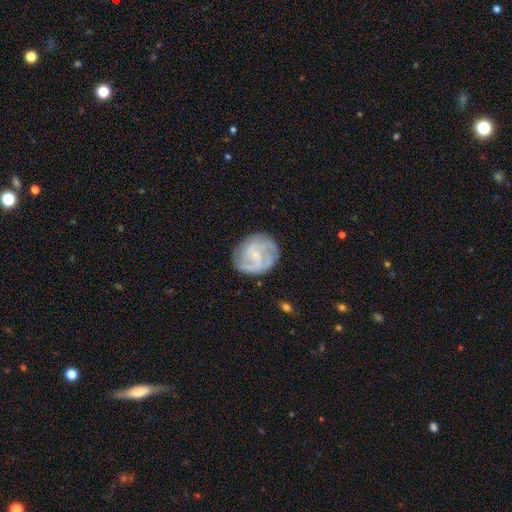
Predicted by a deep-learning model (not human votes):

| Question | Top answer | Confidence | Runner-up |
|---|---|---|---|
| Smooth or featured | featured or disk | 75% | smooth (18%) |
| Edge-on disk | no | 98% | yes (2%) |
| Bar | no | 50% | weak (42%) |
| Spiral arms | yes | 92% | no (8%) |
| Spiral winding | medium | 45% | tight (34%) |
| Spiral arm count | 2 | 33% | 3 (26%) |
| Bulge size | small | 69% | moderate (16%) |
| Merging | none | 75% | minor disturbance (16%) |